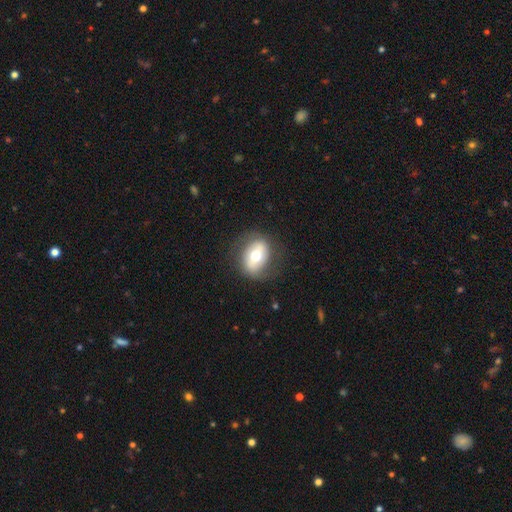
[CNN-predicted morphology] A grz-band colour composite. It shows a smooth galaxy with no disk features (51%) that is in between round and cigar-shaped (60%). Merging: none (77%).